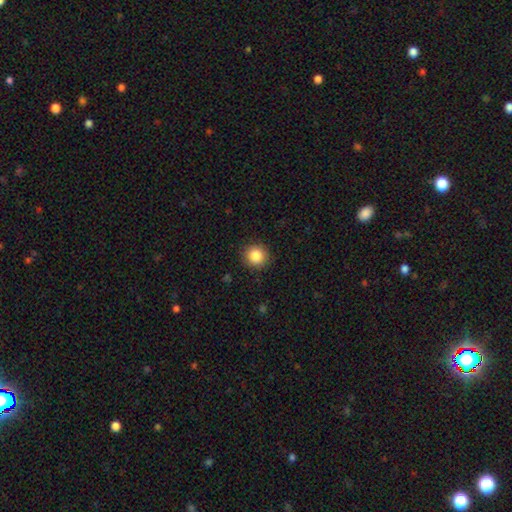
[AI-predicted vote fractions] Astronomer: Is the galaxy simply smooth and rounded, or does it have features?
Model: smooth — 86%.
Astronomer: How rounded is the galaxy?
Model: round — 91%.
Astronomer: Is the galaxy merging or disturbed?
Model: none — 90%.